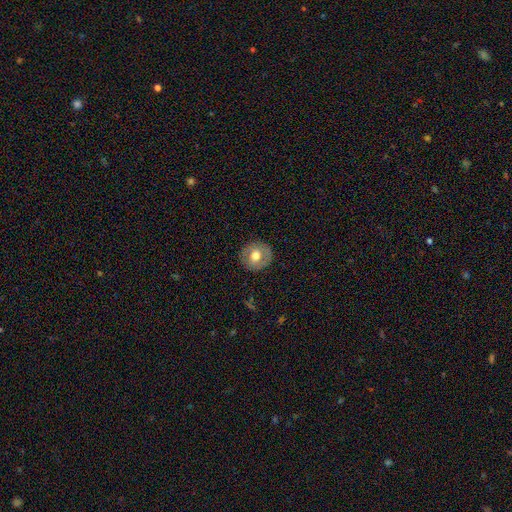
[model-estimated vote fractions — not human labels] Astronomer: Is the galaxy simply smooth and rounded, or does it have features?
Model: smooth — 63%.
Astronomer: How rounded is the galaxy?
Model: round — 90%.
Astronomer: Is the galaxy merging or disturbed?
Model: none — 88%.